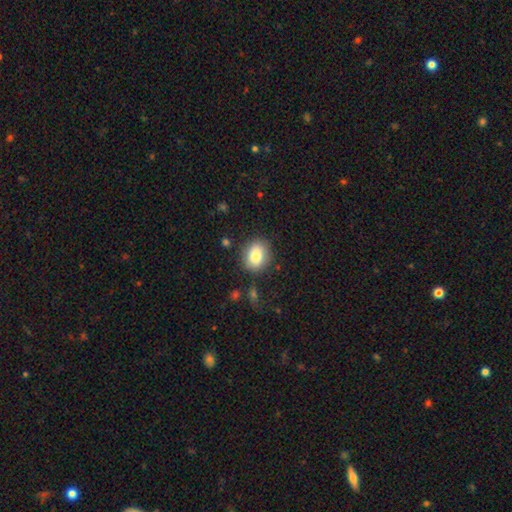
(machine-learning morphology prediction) smooth-or-featured: smooth: 83% | star or artifact: 8% | featured or disk: 8%
  how-rounded: in between: 55% | round: 44% | cigar-shaped: 1%
  merging: none: 83% | minor disturbance: 11% | major disturbance: 3% | merger: 2%